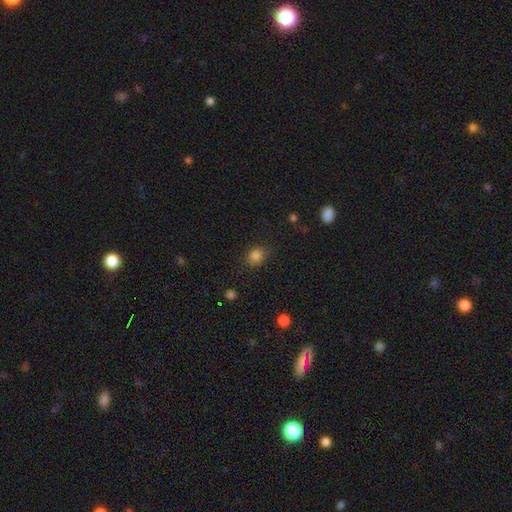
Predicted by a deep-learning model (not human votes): Smooth or featured? smooth (83%)
How rounded? round (60%)
Merging? none (83%)